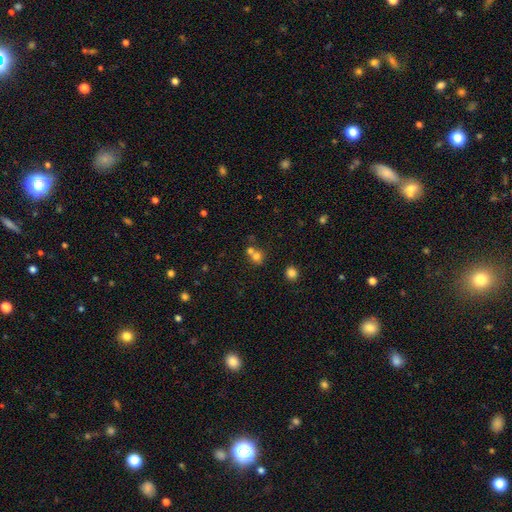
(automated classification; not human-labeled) Smooth or featured? Predicted: smooth (p=0.71). How rounded? Predicted: round (p=0.81). Merging? Predicted: merger (p=0.48).